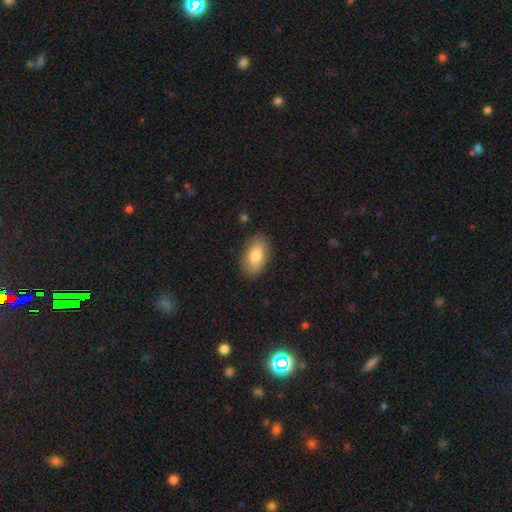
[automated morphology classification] The model was most divided on "smooth or featured": smooth: 81%, featured or disk: 13%, star or artifact: 6%. More confident: how rounded — in between (93%); merging — none (85%).